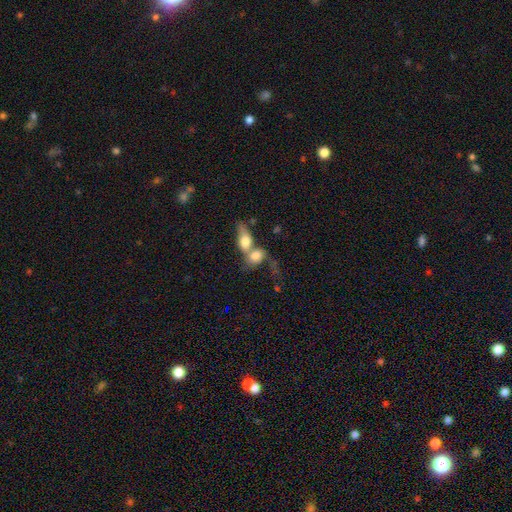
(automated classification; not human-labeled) Smooth or featured? smooth (71%)
How rounded? in between (64%)
Merging? merger (78%)